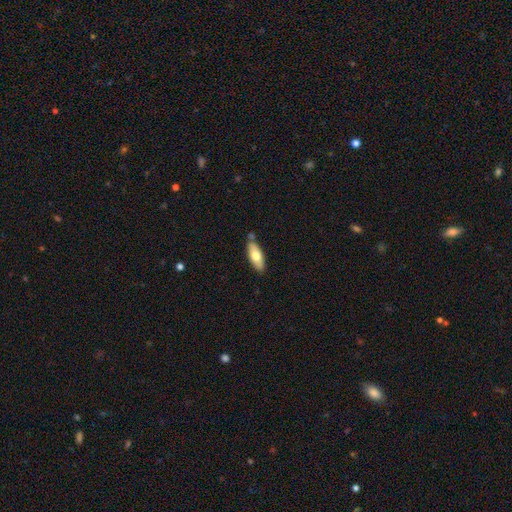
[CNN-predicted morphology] Q: Smooth or featured?
A: smooth (66%); runner-up: featured or disk (28%)
Q: How rounded?
A: in between (73%); runner-up: cigar-shaped (25%)
Q: Merging?
A: none (76%); runner-up: minor disturbance (15%)